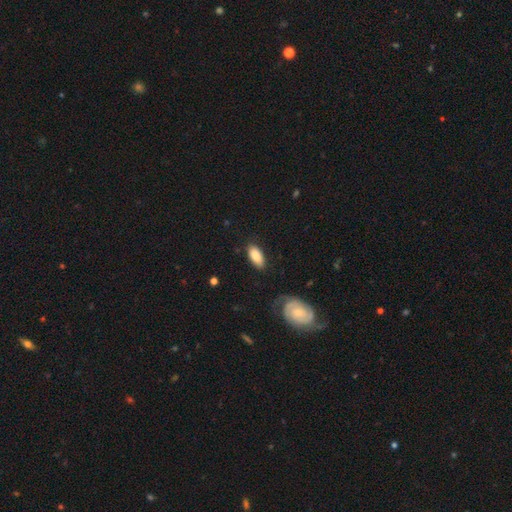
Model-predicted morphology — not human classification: Smooth or featured: smooth — 86% (featured or disk — 8%)
How rounded: in between — 88% (cigar-shaped — 9%)
Merging: none — 81% (minor disturbance — 13%)